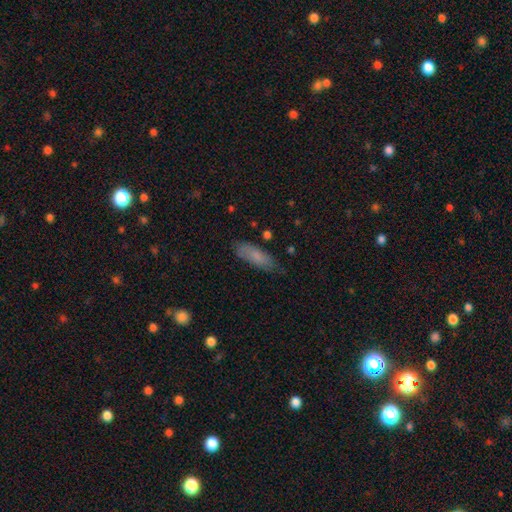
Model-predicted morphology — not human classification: Smooth or featured?
  - smooth: 75% *
  - featured or disk: 19%
  - star or artifact: 7%
How rounded?
  - in between: 57% *
  - cigar-shaped: 41%
  - round: 2%
Merging?
  - none: 72% *
  - minor disturbance: 21%
  - major disturbance: 4%
  - merger: 2%